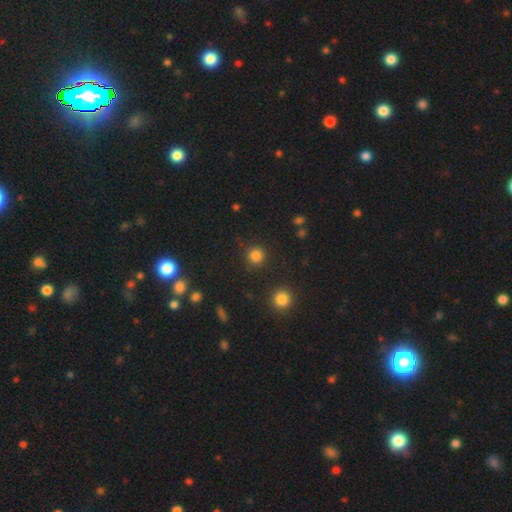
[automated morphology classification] The model was most divided on "smooth or featured": smooth: 82%, star or artifact: 14%, featured or disk: 4%. More confident: how rounded — round (94%); merging — none (88%).